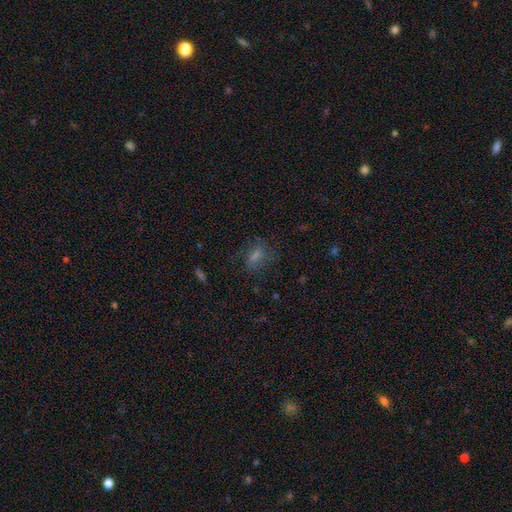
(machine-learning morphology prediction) This is likely a smooth galaxy (66%). How rounded: likely in between (73%). Merging: likely none (64%).